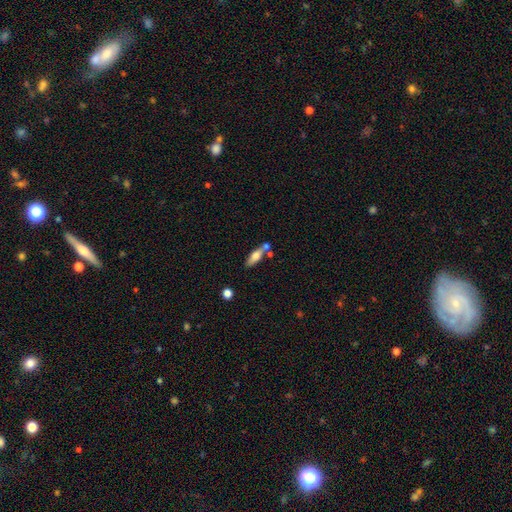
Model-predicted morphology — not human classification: Smooth or featured? smooth (61%)
How rounded? in between (53%)
Merging? none (55%)